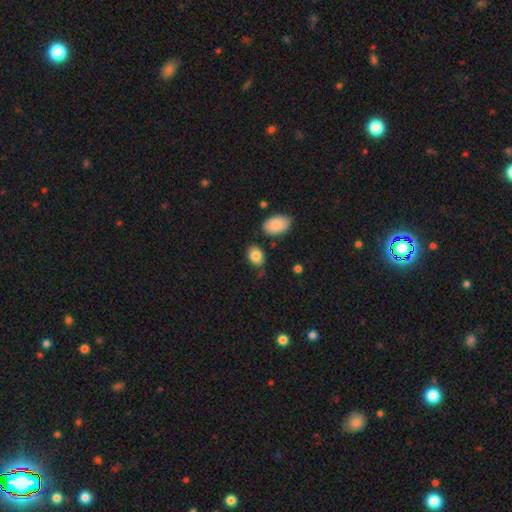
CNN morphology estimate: The model was most divided on "how rounded": in between: 75%, round: 24%, cigar-shaped: 1%. More confident: smooth or featured — smooth (85%); merging — none (72%).